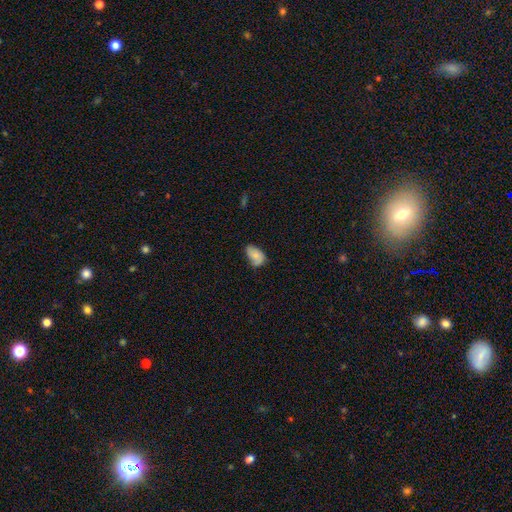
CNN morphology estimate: A smooth galaxy with no disk features (70%) that is in between round and cigar-shaped (90%). Merging: none (47%).